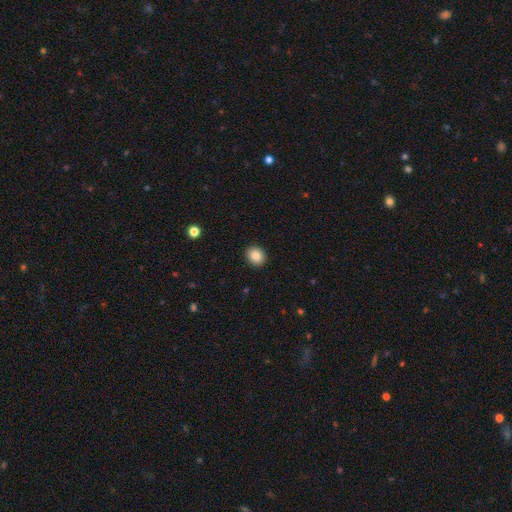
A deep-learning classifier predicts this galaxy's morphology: type=smooth (84%); roundness=round (71%); merging=none (92%).